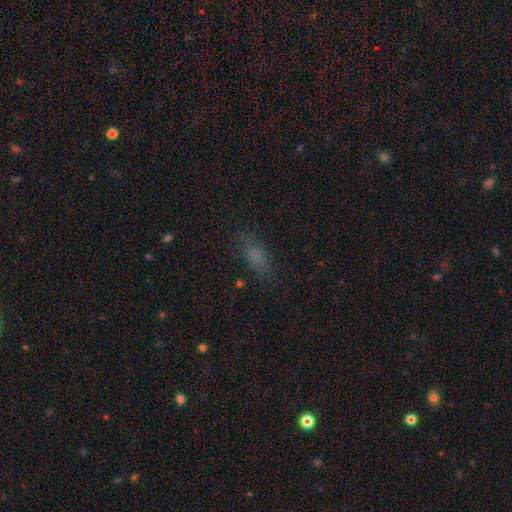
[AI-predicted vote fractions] A smooth galaxy with no disk features (68%) that is in between round and cigar-shaped (59%). Merging: none (78%).